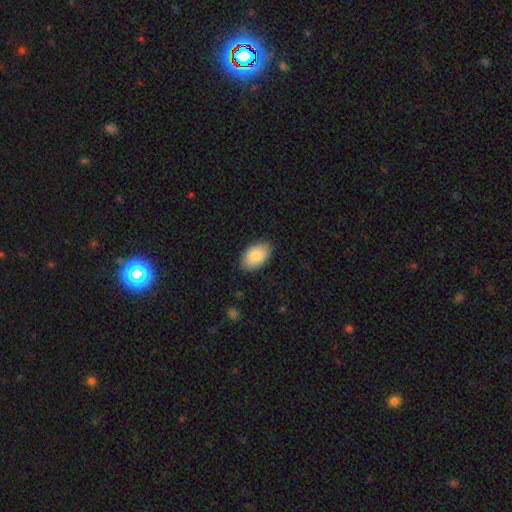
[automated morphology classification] A smooth galaxy with no disk features (87%) that is in between round and cigar-shaped (94%). Merging: none (88%).